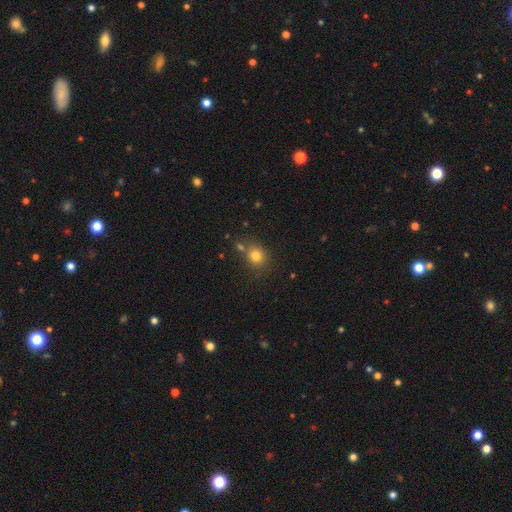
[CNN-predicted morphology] The model was most divided on "merging": none: 69%, merger: 15%, minor disturbance: 12%, major disturbance: 4%. More confident: smooth or featured — smooth (79%); how rounded — round (78%).